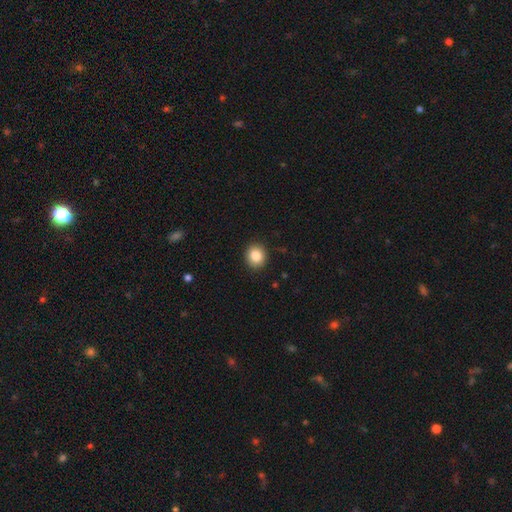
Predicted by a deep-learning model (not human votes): This appears to be a smooth galaxy with no disk features (87%) that is round (78%). Merging: none (90%).